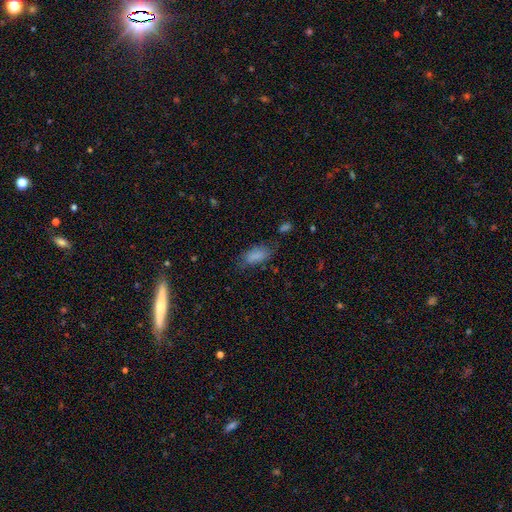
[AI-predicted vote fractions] A smooth galaxy with no disk features (82%) that is in between round and cigar-shaped (87%). Merging: none (62%).